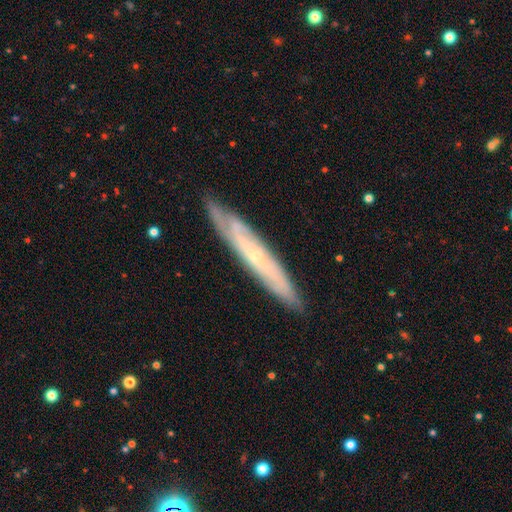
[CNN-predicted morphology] smooth-or-featured: featured or disk: 72% | smooth: 21% | star or artifact: 7%
  disk-edge-on: yes: 59% | no: 41%
  merging: none: 82% | minor disturbance: 14% | major disturbance: 2% | merger: 1%